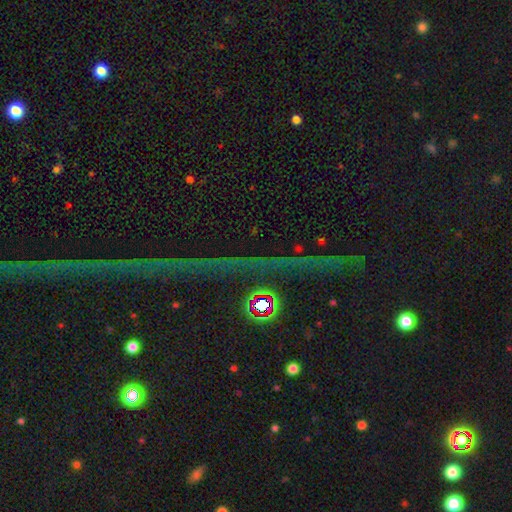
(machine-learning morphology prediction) Q: Smooth or featured?
A: star or artifact (77%); runner-up: featured or disk (13%)